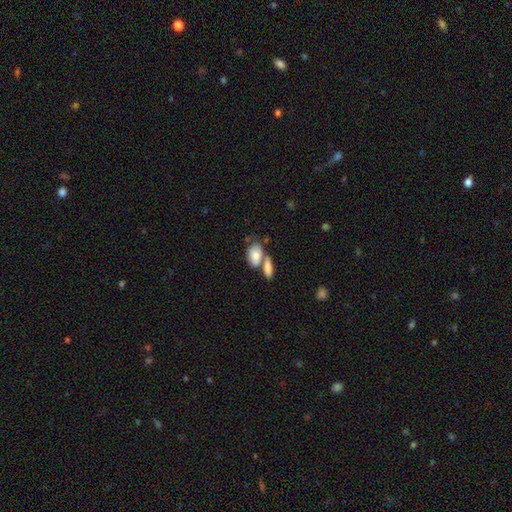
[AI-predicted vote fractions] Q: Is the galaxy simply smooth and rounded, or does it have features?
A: smooth — 81%.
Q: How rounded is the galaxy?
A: in between — 89%.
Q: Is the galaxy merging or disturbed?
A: merger — 49%.